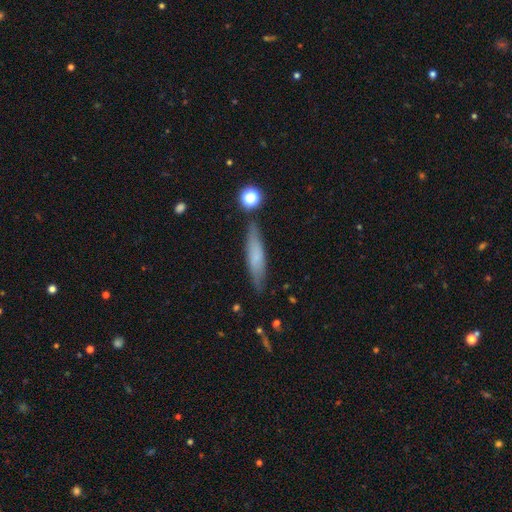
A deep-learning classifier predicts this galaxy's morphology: smooth 64%, featured or disk 28%, star or artifact 8%. Down the decision tree: how rounded — cigar-shaped (80%); merging — none (81%).